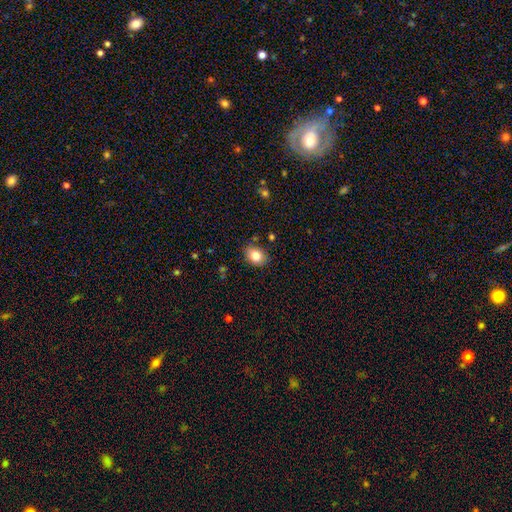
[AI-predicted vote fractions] A smooth galaxy with no disk features (83%) that is in between round and cigar-shaped (64%).

Vote fractions:
- Smooth or featured? smooth: 83% / star or artifact: 9% / featured or disk: 8%
- How rounded? in between: 64% / round: 35% / cigar-shaped: 1%
- Merging? none: 82% / minor disturbance: 14% / major disturbance: 3% / merger: 2%